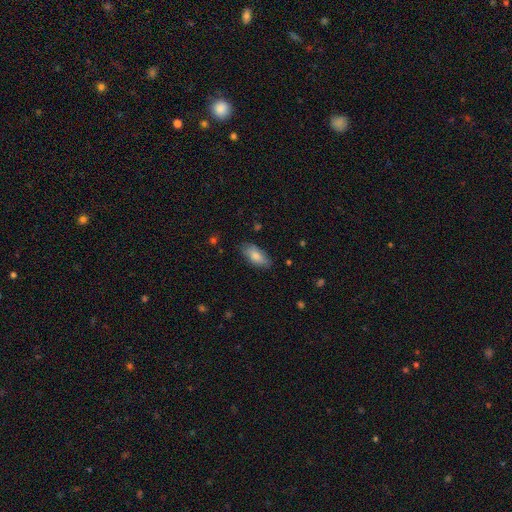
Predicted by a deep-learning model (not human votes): Overall: smooth (81%). How rounded: in between (86%). Merging: none (78%).